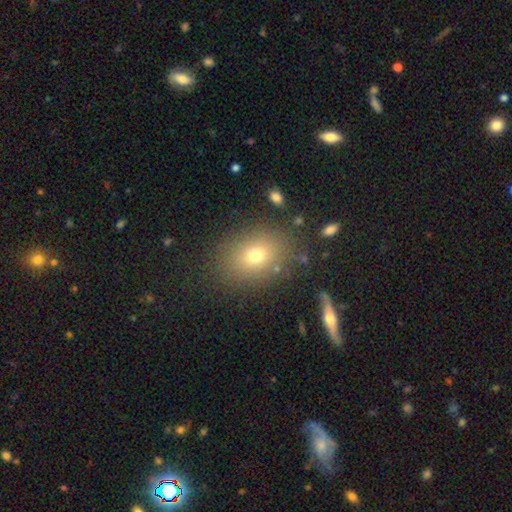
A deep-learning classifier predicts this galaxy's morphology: Overall: smooth (71%). How rounded: in between (59%; round 39%). Merging: none (83%).